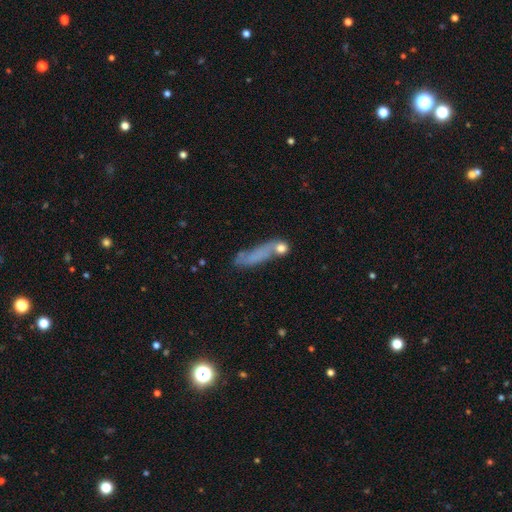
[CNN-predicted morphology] A smooth galaxy with no disk features (62%) that is cigar-shaped (72%). Merging: none (49%).